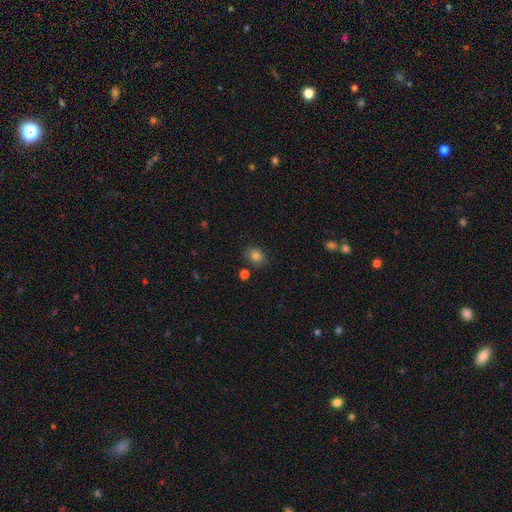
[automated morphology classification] smooth_or_featured: smooth (p=0.80) [alt: star or artifact p=0.12]
how_rounded: round (p=0.55) [alt: in between p=0.44]
merging: none (p=0.80) [alt: minor disturbance p=0.12]